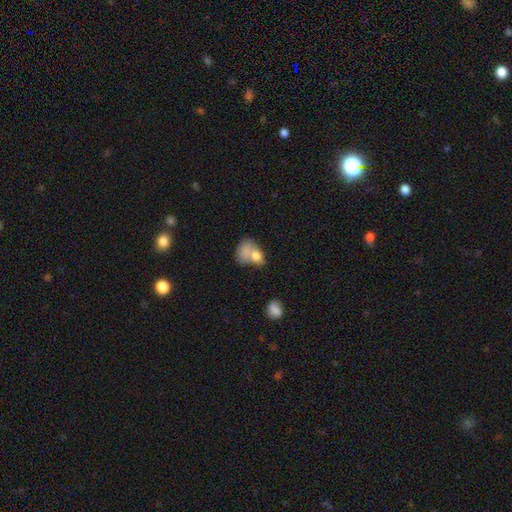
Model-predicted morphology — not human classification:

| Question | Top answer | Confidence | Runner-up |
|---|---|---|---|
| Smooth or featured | smooth | 69% | featured or disk (20%) |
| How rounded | in between | 67% | round (31%) |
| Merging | merger | 47% | none (22%) |